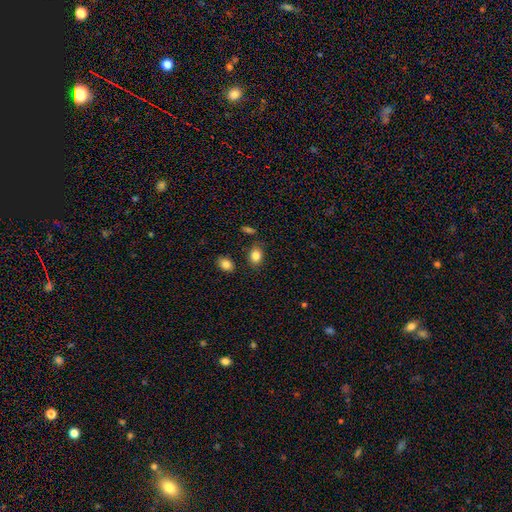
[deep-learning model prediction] Q: Smooth or featured?
A: smooth (85%); runner-up: star or artifact (9%)
Q: How rounded?
A: in between (72%); runner-up: round (27%)
Q: Merging?
A: none (80%); runner-up: minor disturbance (12%)